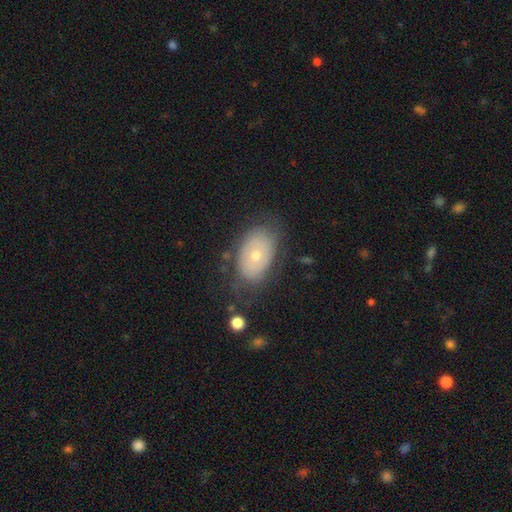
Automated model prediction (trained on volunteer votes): This is possibly a smooth galaxy (46%). Merging: likely none (68%).